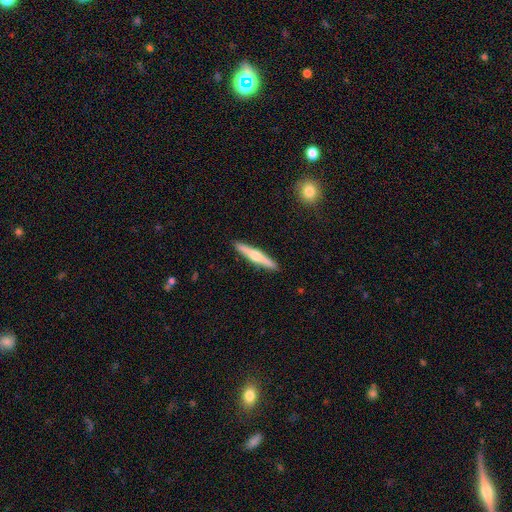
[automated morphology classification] featured or disk 54%, smooth 41%, star or artifact 5%. Down the decision tree: edge-on disk — yes (97%); edge-on bulge — rounded (83%); merging — none (91%).